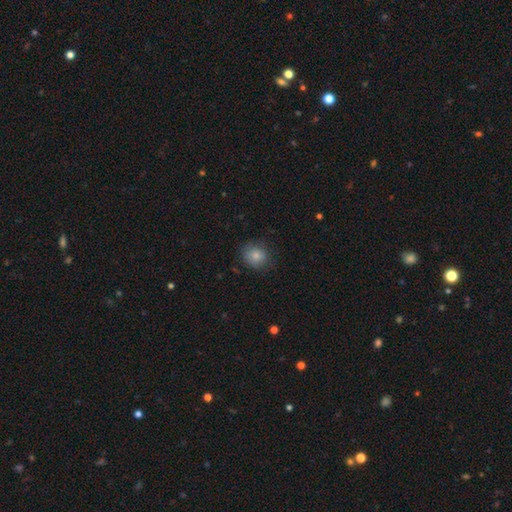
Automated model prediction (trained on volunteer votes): The model was most divided on "how rounded": round: 79%, in between: 20%, cigar-shaped: 1%. More confident: smooth or featured — smooth (82%); merging — none (77%).